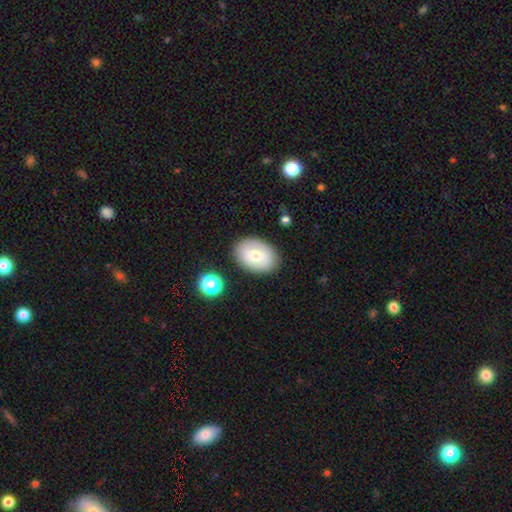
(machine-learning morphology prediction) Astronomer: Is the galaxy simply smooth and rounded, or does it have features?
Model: smooth — 58% (runner-up: featured or disk, 35%).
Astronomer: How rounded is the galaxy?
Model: in between — 83%.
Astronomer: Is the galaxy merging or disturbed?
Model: none — 83%.